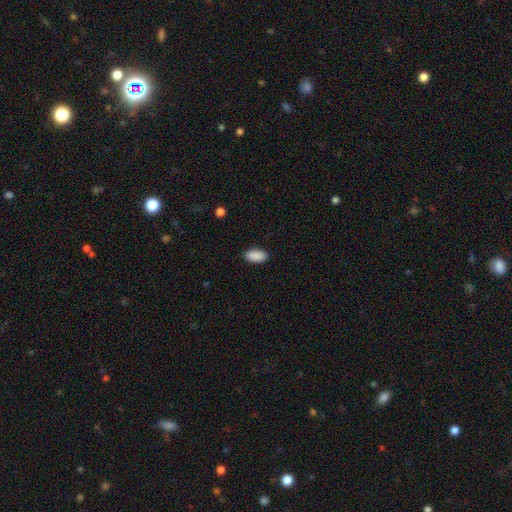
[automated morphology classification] type=smooth (91%); roundness=in between (93%); merging=none (89%).